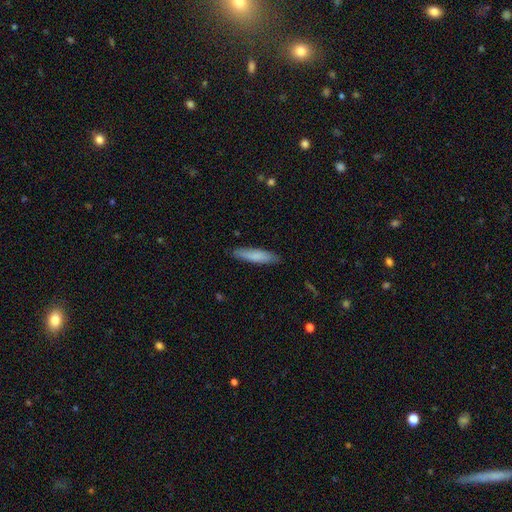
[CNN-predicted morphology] smooth_or_featured: smooth (p=0.80) [alt: featured or disk p=0.15]
how_rounded: cigar-shaped (p=0.83) [alt: in between p=0.16]
merging: none (p=0.87) [alt: minor disturbance p=0.10]